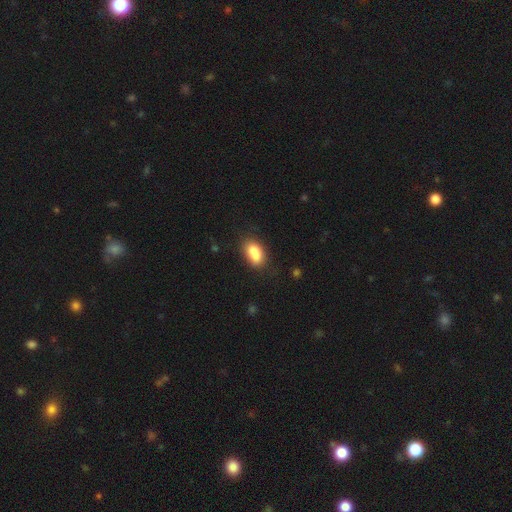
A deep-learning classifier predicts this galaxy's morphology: A smooth galaxy with no disk features (83%) that is in between round and cigar-shaped (88%). Merging: none (62%).